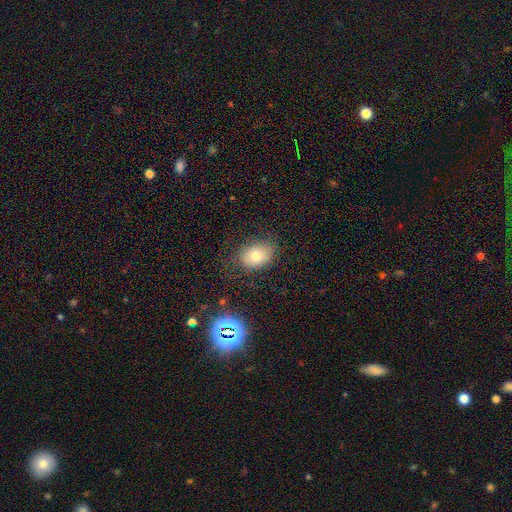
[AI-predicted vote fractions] A smooth galaxy with no disk features (73%) that is in between round and cigar-shaped (67%).

Vote fractions:
- Smooth or featured? smooth: 73% / star or artifact: 14% / featured or disk: 13%
- How rounded? in between: 67% / round: 32% / cigar-shaped: 1%
- Merging? none: 74% / minor disturbance: 17% / major disturbance: 7% / merger: 2%